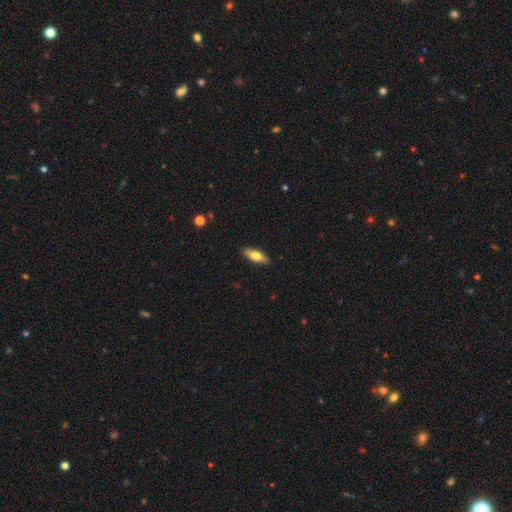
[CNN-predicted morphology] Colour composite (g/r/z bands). It shows a smooth galaxy with no disk features (72%) that is in between round and cigar-shaped (64%). Merging: none (89%).